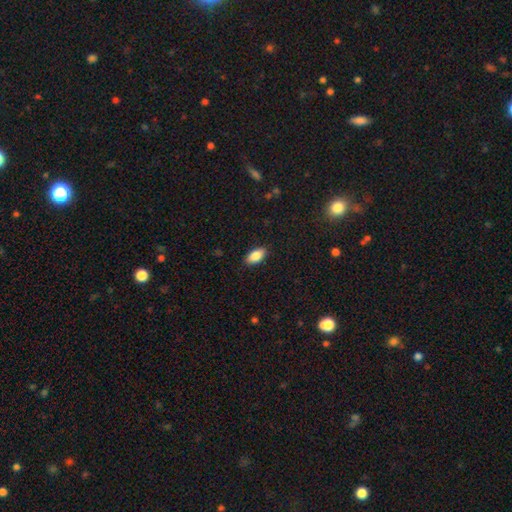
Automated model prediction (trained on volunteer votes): smooth-or-featured: smooth: 87% | star or artifact: 7% | featured or disk: 6%
  how-rounded: in between: 92% | cigar-shaped: 5% | round: 3%
  merging: none: 88% | minor disturbance: 9% | major disturbance: 2% | merger: 1%